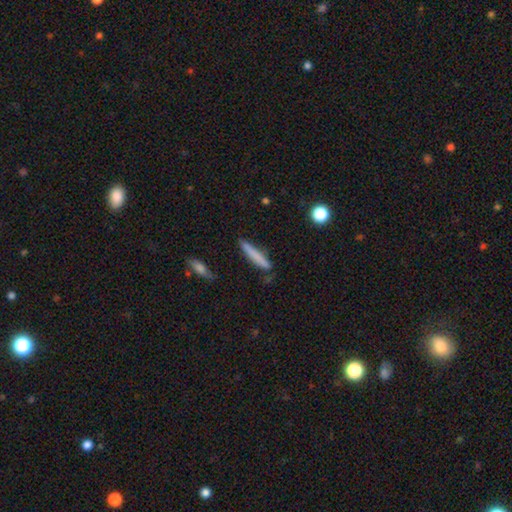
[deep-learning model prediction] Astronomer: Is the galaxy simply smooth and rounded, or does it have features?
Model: smooth — 76%.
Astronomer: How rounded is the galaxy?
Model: cigar-shaped — 93%.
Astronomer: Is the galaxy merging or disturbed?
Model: none — 82%.